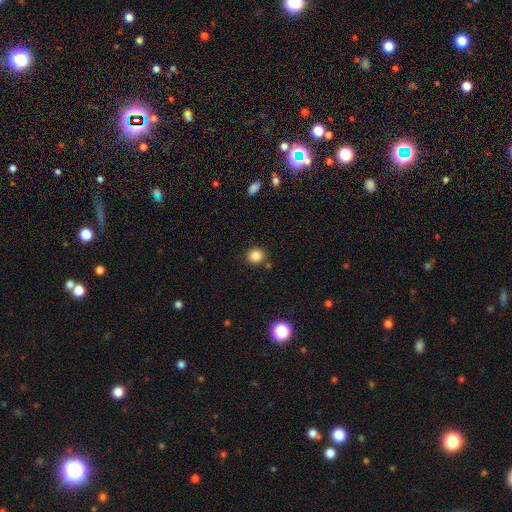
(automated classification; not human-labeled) Smooth or featured: smooth — 84% (star or artifact — 11%)
How rounded: round — 87% (in between — 12%)
Merging: none — 86% (minor disturbance — 8%)